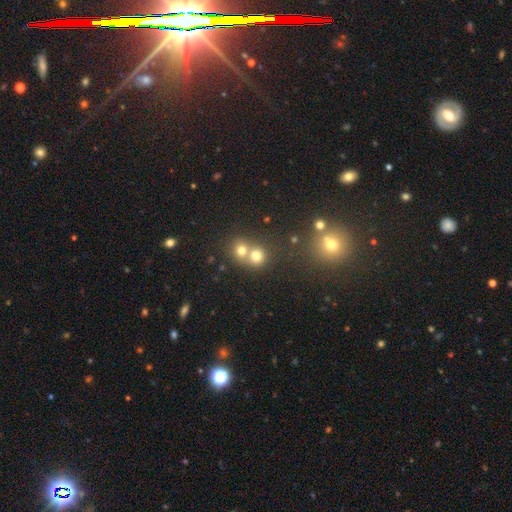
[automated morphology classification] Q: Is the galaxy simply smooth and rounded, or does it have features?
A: smooth — 71%.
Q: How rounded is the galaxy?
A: round — 82%.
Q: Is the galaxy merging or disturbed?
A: merger — 50%.